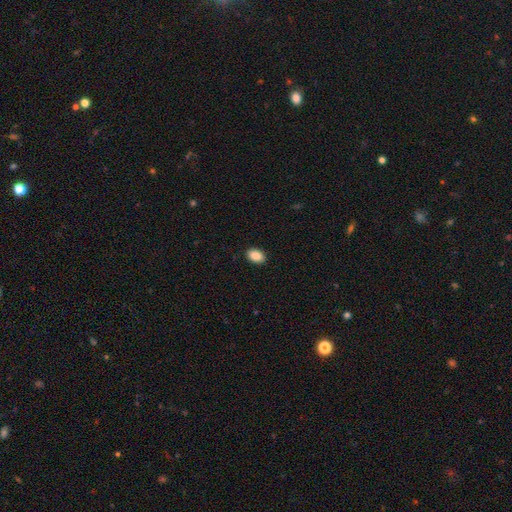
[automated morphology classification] Smooth or featured? Predicted: smooth (p=0.90). How rounded? Predicted: in between (p=0.83). Merging? Predicted: none (p=0.91).